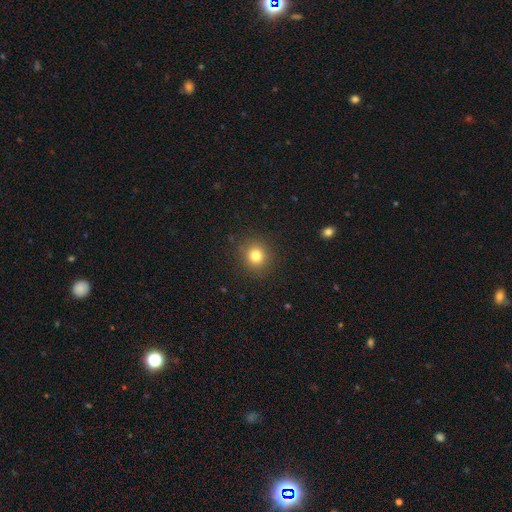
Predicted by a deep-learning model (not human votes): The model was most divided on "smooth or featured": smooth: 80%, star or artifact: 13%, featured or disk: 7%. More confident: merging — none (89%); how rounded — round (87%).